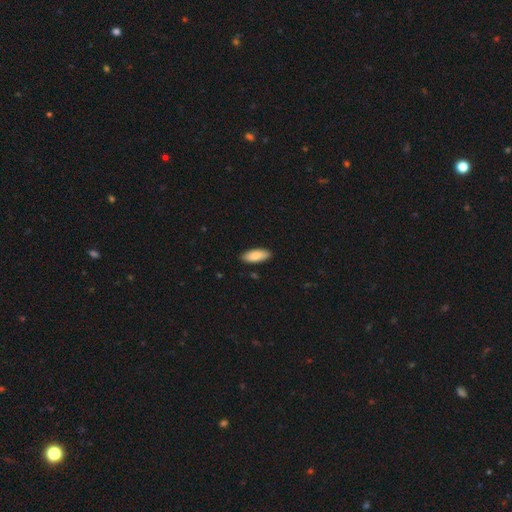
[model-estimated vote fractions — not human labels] smooth 86%, featured or disk 8%, star or artifact 6%. Down the decision tree: how rounded — in between (82%); merging — none (88%).